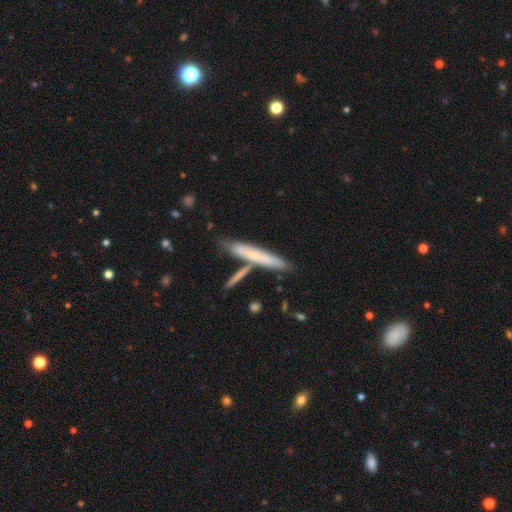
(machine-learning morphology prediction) This appears to be a smooth galaxy with no disk features (51%) that is cigar-shaped (92%). Merging: none (68%).